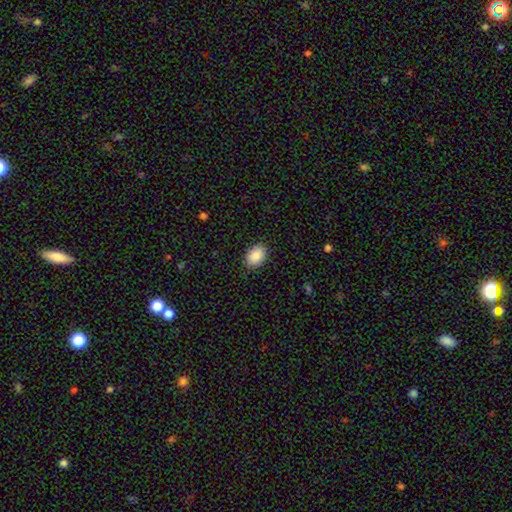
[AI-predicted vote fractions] Q: Smooth or featured?
A: smooth (89%); runner-up: star or artifact (7%)
Q: How rounded?
A: in between (84%); runner-up: round (15%)
Q: Merging?
A: none (87%); runner-up: minor disturbance (9%)